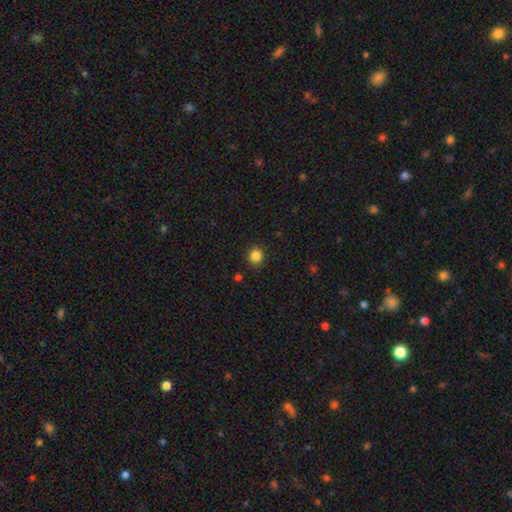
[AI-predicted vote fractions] Q: Smooth or featured?
A: smooth (85%); runner-up: star or artifact (11%)
Q: How rounded?
A: round (87%); runner-up: in between (12%)
Q: Merging?
A: none (90%); runner-up: minor disturbance (7%)